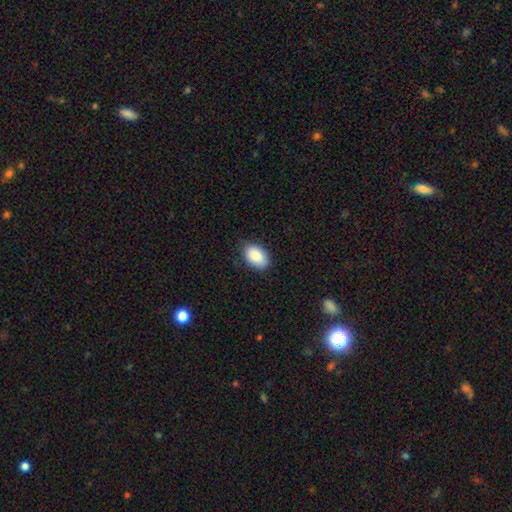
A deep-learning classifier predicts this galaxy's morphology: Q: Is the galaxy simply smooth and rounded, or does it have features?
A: smooth — 89%.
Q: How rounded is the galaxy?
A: in between — 91%.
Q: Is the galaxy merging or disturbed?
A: none — 83%.